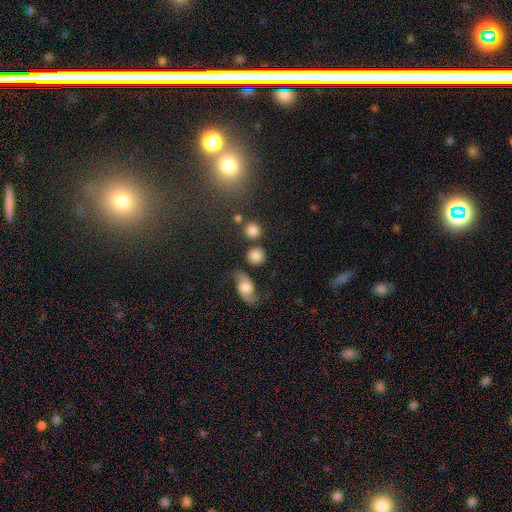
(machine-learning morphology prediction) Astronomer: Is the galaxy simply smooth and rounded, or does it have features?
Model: smooth — 81%.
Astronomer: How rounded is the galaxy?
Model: round — 87%.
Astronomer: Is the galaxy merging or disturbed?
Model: none — 73%.